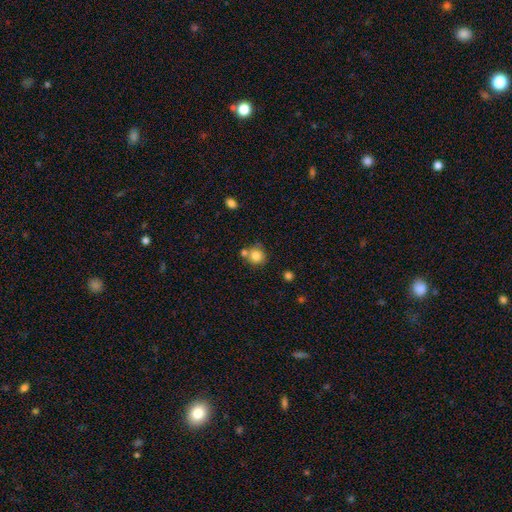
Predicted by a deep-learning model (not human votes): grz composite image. It shows a smooth galaxy with no disk features (82%) that is round (90%). Merging: none (65%).